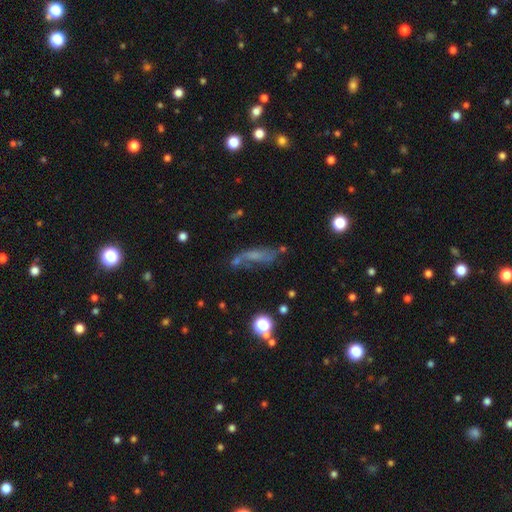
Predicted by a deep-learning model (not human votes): Q: Smooth or featured?
A: featured or disk (45%); runner-up: smooth (37%)
Q: Merging?
A: none (43%); runner-up: minor disturbance (23%)